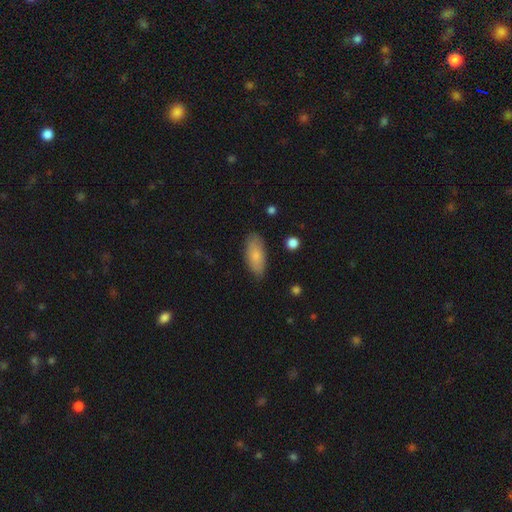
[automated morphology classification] Smooth or featured: smooth — 82% (featured or disk — 12%)
How rounded: in between — 86% (cigar-shaped — 11%)
Merging: none — 81% (minor disturbance — 14%)